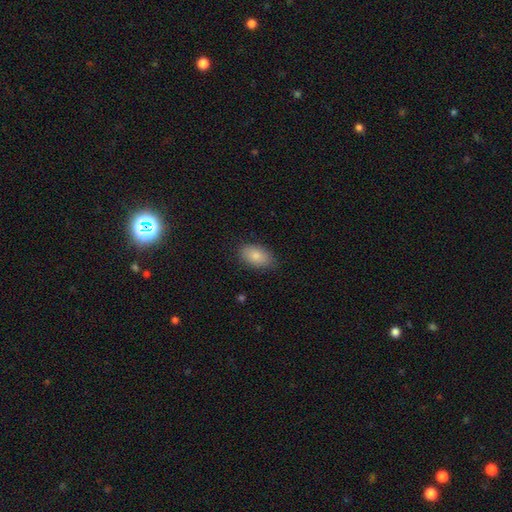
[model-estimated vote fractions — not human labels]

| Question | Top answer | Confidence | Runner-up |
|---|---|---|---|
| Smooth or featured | smooth | 84% | featured or disk (9%) |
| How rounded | in between | 92% | round (6%) |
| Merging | none | 83% | minor disturbance (13%) |